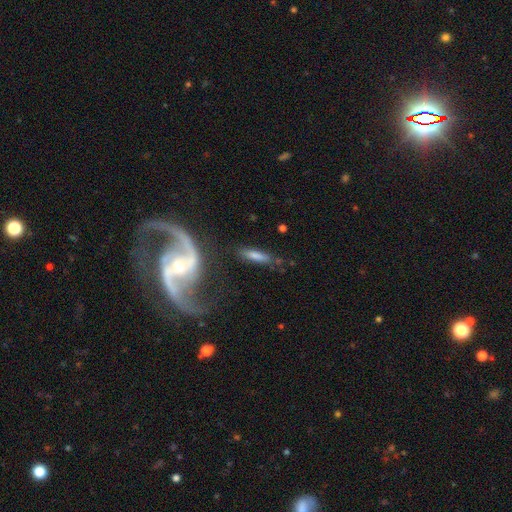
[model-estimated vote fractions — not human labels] smooth-or-featured: smooth: 70% | featured or disk: 22% | star or artifact: 8%
  how-rounded: cigar-shaped: 78% | in between: 19% | round: 2%
  merging: none: 77% | minor disturbance: 14% | major disturbance: 5% | merger: 5%